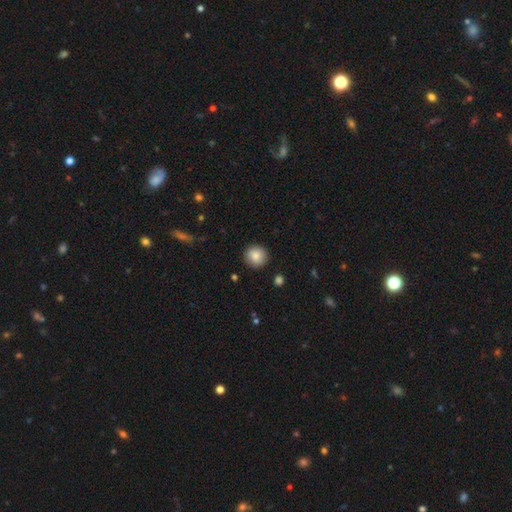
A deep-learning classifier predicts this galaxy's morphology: Smooth or featured: smooth — 85% (star or artifact — 8%)
How rounded: round — 93% (in between — 6%)
Merging: none — 90% (minor disturbance — 7%)